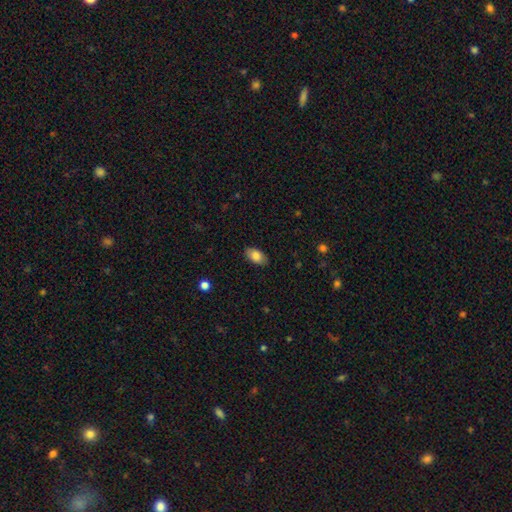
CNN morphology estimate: smooth_or_featured: smooth (p=0.83) [alt: featured or disk p=0.10]
how_rounded: in between (p=0.93) [alt: round p=0.05]
merging: none (p=0.86) [alt: minor disturbance p=0.11]